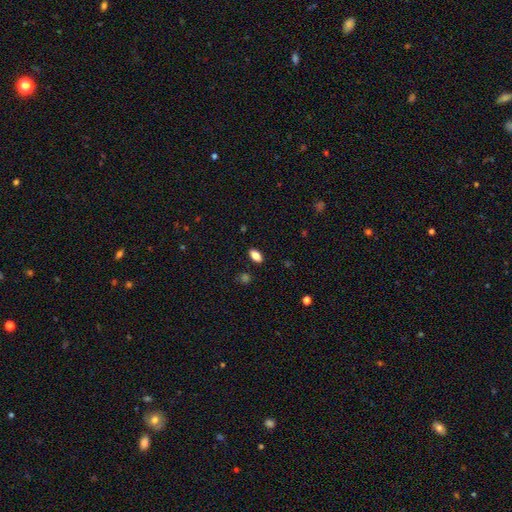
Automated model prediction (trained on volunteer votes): smooth_or_featured: smooth (p=0.83) [alt: star or artifact p=0.09]
how_rounded: in between (p=0.90) [alt: cigar-shaped p=0.05]
merging: none (p=0.88) [alt: minor disturbance p=0.08]